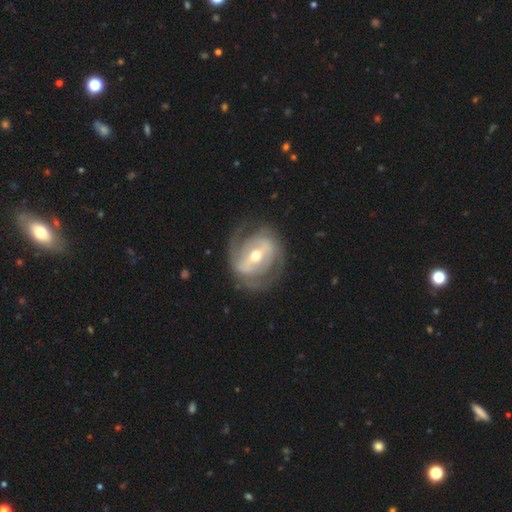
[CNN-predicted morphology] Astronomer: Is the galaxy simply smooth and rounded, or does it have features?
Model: featured or disk — 83%.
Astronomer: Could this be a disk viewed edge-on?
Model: no — 95%.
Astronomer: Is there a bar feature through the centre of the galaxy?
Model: strong — 55% (runner-up: weak, 31%).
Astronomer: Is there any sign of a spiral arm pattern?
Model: yes — 83%.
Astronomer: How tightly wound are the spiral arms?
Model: tight — 43% (runner-up: medium, 39%).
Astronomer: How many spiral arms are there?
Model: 2 — 69%.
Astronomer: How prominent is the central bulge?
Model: moderate — 63%.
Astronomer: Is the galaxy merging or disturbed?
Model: none — 72%.